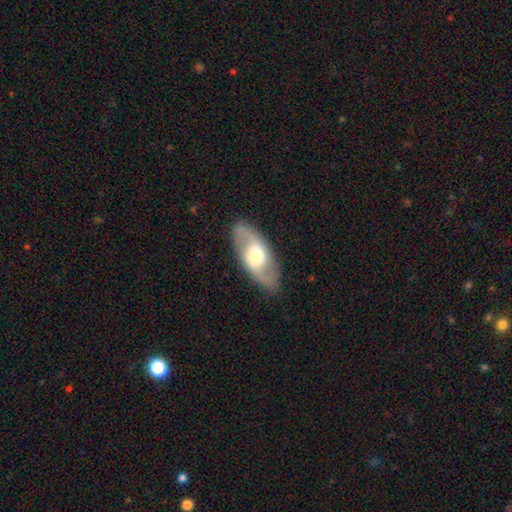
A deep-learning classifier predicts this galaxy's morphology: This appears to be a featured or disk galaxy (70%) with no bar (50%), 2 (90%) loose (44%) spiral arms (83%) and a moderate central bulge (53%). Merging: none (86%).